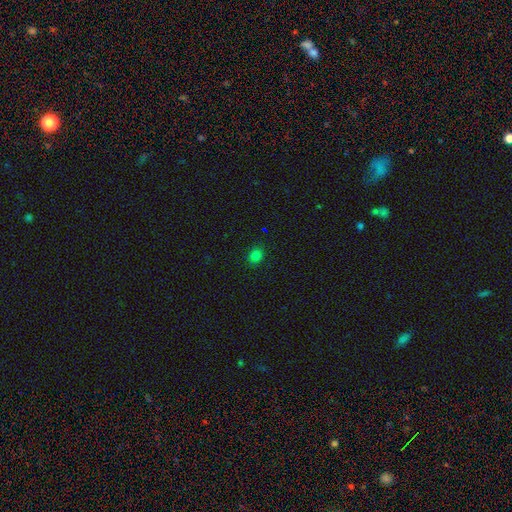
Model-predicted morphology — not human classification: smooth-or-featured: smooth: 79% | star or artifact: 16% | featured or disk: 4%
  how-rounded: round: 62% | in between: 37% | cigar-shaped: 1%
  merging: none: 89% | minor disturbance: 8% | major disturbance: 2% | merger: 1%